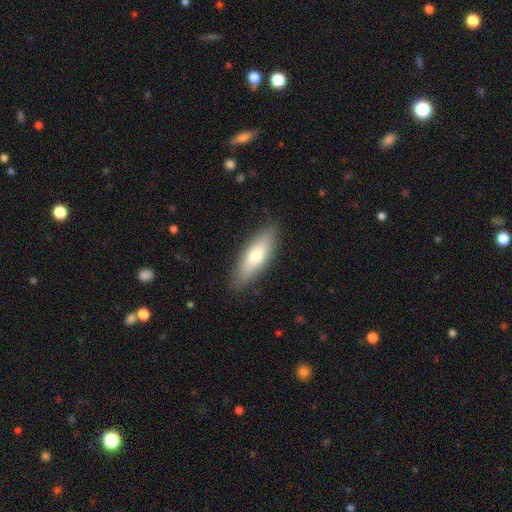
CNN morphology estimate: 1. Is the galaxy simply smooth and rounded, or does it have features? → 68% smooth, 26% featured or disk, 6% star or artifact.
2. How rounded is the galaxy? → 54% in between, 43% cigar-shaped, 2% round.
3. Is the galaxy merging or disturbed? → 87% none, 10% minor disturbance, 2% major disturbance, 1% merger.